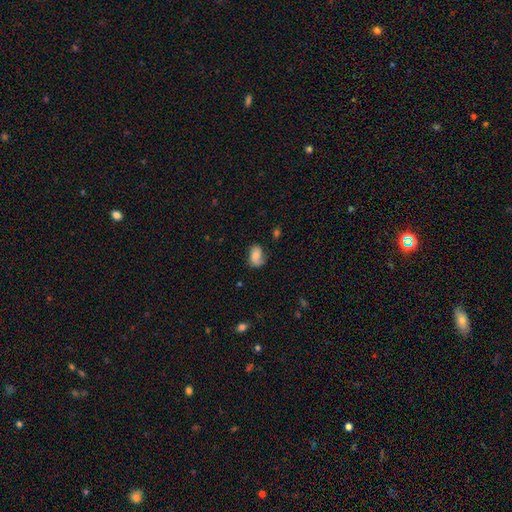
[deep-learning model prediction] The model was most divided on "merging": none: 57%, minor disturbance: 29%, major disturbance: 13%, merger: 2%. More confident: how rounded — in between (85%); smooth or featured — smooth (63%).